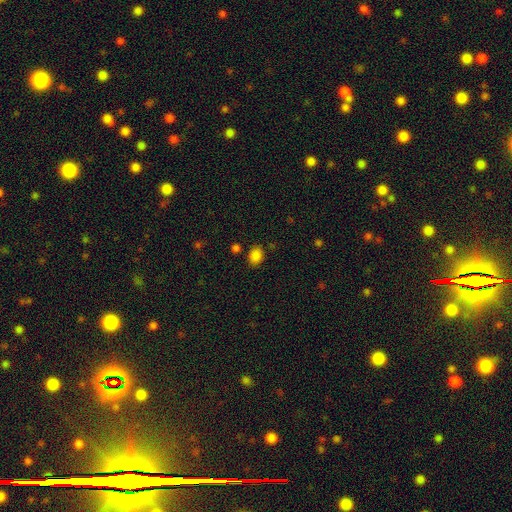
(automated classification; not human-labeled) Morphology: type=smooth (84%); roundness=in between (63%); merging=none (81%).